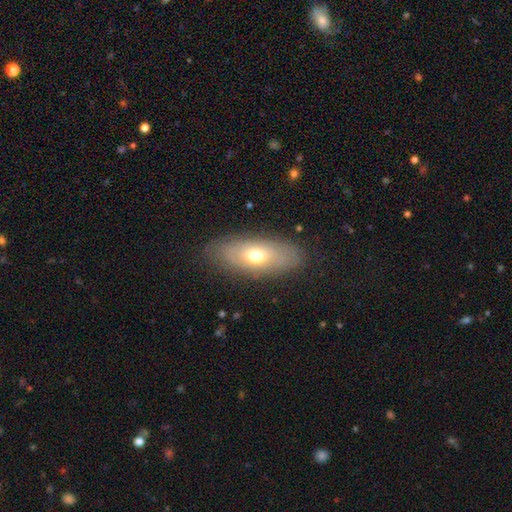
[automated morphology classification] Smooth or featured? smooth (57%)
How rounded? in between (83%)
Merging? none (82%)